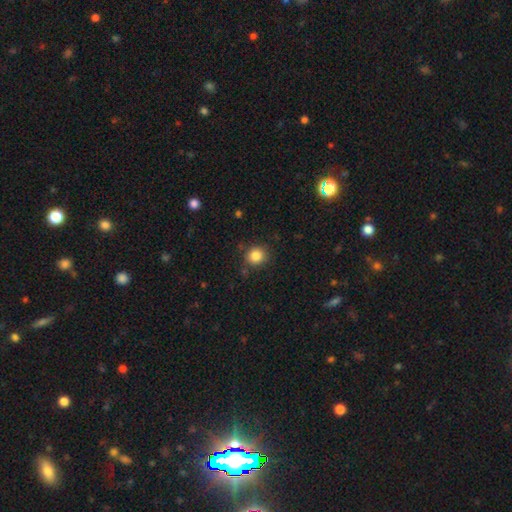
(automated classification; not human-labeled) The model was most divided on "smooth or featured": smooth: 84%, star or artifact: 11%, featured or disk: 5%. More confident: how rounded — round (89%); merging — none (84%).